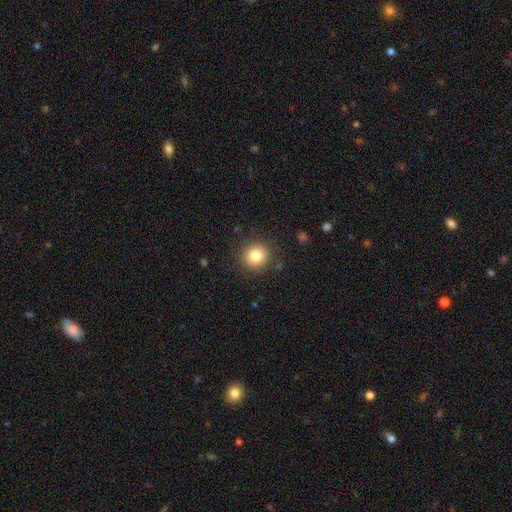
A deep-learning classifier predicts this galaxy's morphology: Overall: smooth (82%). How rounded: round (90%). Merging: none (88%).